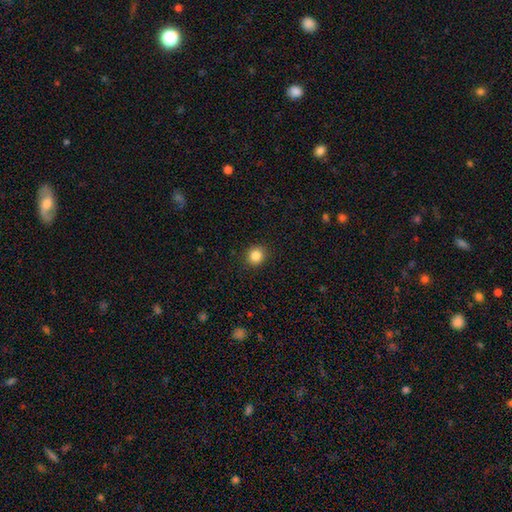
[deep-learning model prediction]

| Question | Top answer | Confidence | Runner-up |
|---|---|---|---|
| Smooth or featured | smooth | 86% | star or artifact (11%) |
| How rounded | round | 87% | in between (12%) |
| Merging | none | 90% | minor disturbance (6%) |